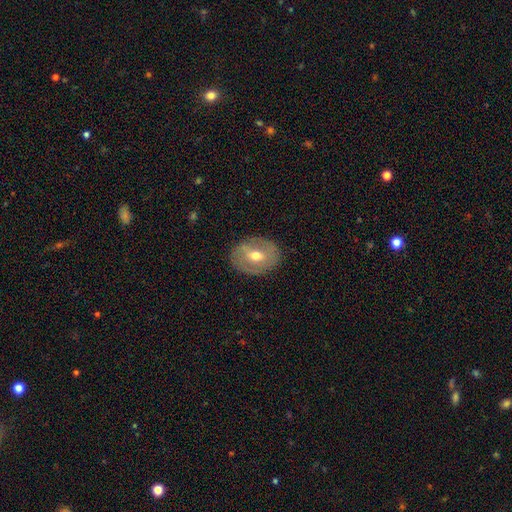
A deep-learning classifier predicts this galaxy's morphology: Smooth or featured: featured or disk — 58% (smooth — 35%)
Edge-on disk: no — 92% (yes — 8%)
Bar: weak — 43% (no — 29%)
Spiral arms: no — 57% (yes — 43%)
Bulge size: moderate — 74% (small — 20%)
Merging: none — 83% (minor disturbance — 12%)